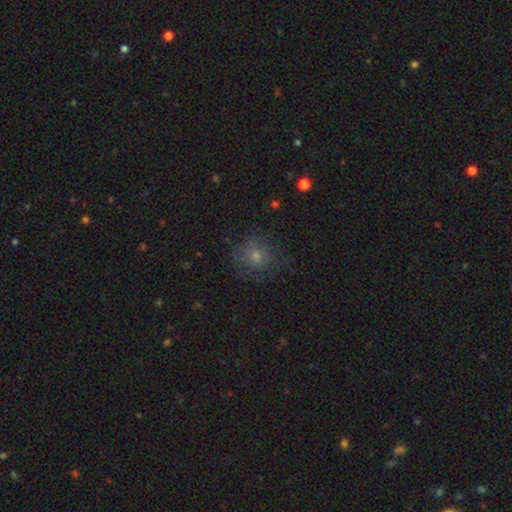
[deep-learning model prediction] smooth 71%, featured or disk 15%, star or artifact 15%. Down the decision tree: how rounded — round (85%); merging — none (71%).